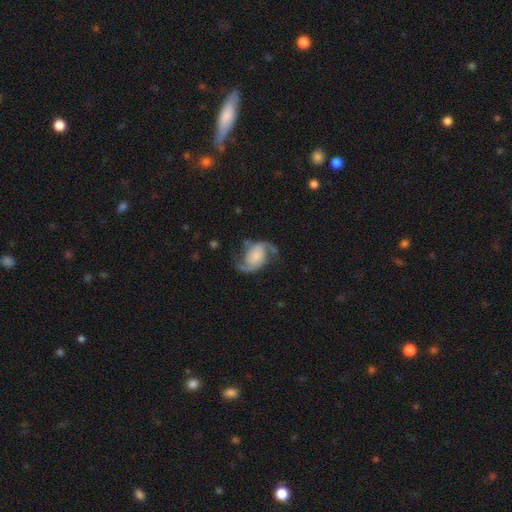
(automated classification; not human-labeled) Smooth or featured? featured or disk (86%)
Edge-on disk? no (98%)
Bar? no (58%)
Spiral arms? yes (97%)
Spiral winding? loose (57%)
Spiral arm count? 2 (94%)
Bulge size? none (38%)
Merging? none (69%)